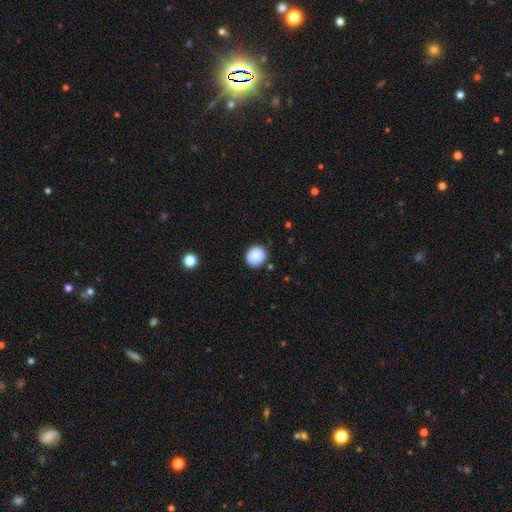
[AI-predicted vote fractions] Smooth or featured? smooth (87%)
How rounded? round (89%)
Merging? none (86%)